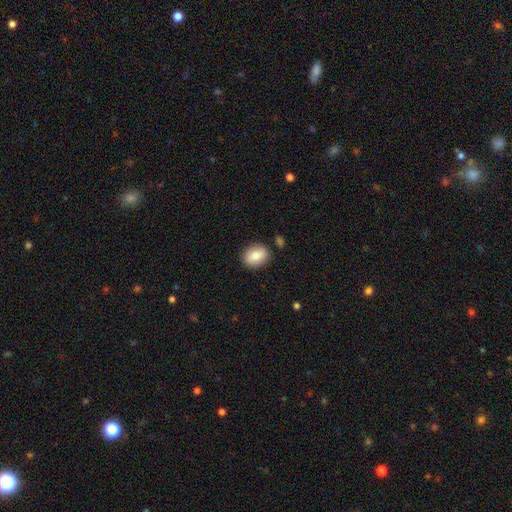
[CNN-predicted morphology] Smooth or featured? smooth (81%)
How rounded? round (51%)
Merging? none (87%)